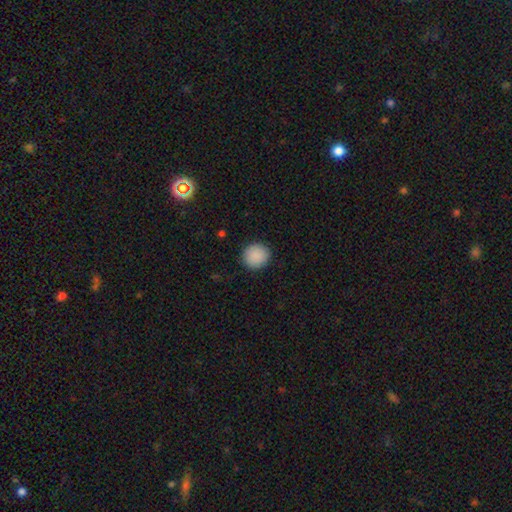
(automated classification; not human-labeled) Overall: smooth (90%). How rounded: round (93%). Merging: none (91%).